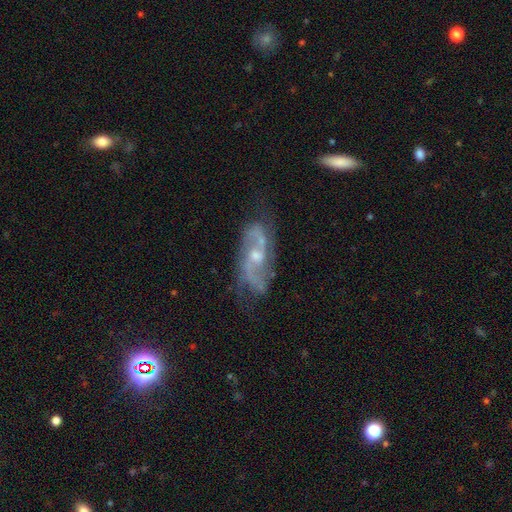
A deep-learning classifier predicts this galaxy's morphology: A featured or disk galaxy (85%) with no bar (48%), 2 (82%) medium (45%) spiral arms (94%) and a moderate central bulge (48%).

Vote fractions:
- Smooth or featured? featured or disk: 85% / smooth: 8% / star or artifact: 7%
- Edge-on disk? no: 92% / yes: 8%
- Bar? no: 48% / weak: 42% / strong: 11%
- Spiral arms? yes: 94% / no: 6%
- Spiral winding? medium: 45% / loose: 37% / tight: 17%
- Spiral arm count? 2: 82% / can't tell: 9% / 3: 4% / 1: 2% / 4: 2% / more than 4: 1%
- Bulge size? moderate: 48% / small: 45% / none: 3% / large: 2% / dominant: 1%
- Merging? none: 66% / minor disturbance: 22% / major disturbance: 9% / merger: 3%